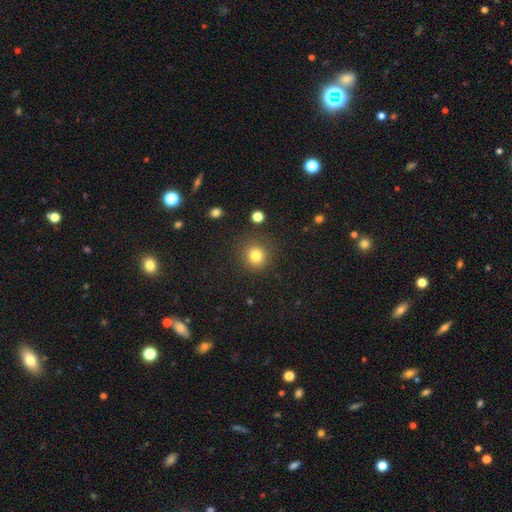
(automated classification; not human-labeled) Smooth or featured? smooth (81%)
How rounded? round (90%)
Merging? none (87%)